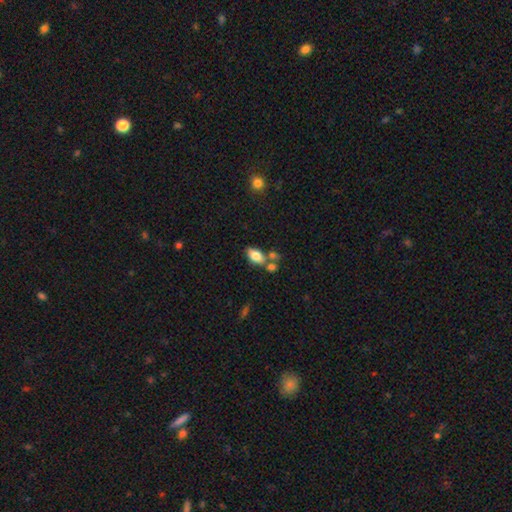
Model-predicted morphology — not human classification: This is likely a smooth galaxy (79%). How rounded: clearly in between (90%). Merging: possibly none (55%).